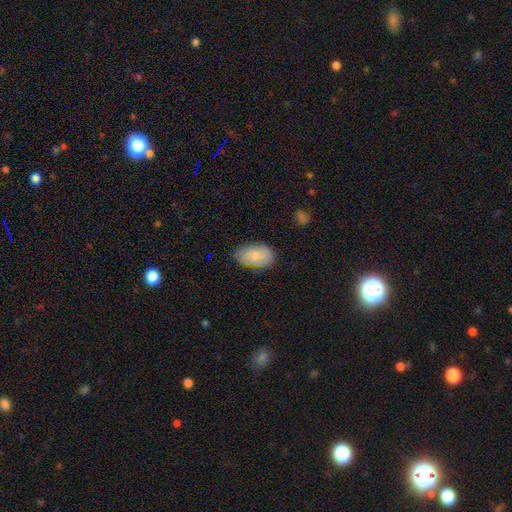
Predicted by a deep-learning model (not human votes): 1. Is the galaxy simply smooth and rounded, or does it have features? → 77% smooth, 17% featured or disk, 7% star or artifact.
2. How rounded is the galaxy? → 92% in between, 6% round, 2% cigar-shaped.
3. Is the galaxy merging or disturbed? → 69% none, 25% minor disturbance, 5% major disturbance, 2% merger.